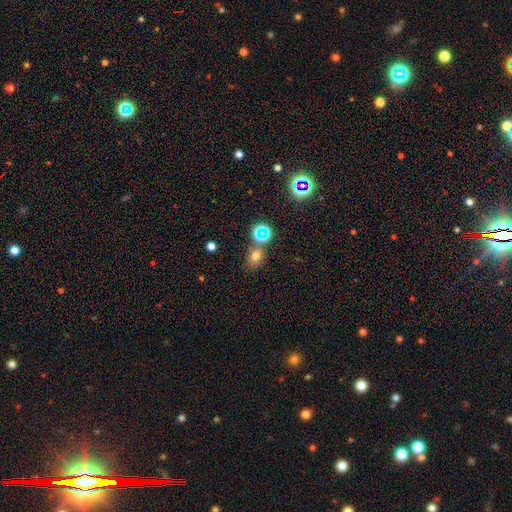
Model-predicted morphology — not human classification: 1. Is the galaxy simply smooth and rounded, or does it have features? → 67% smooth, 22% star or artifact, 11% featured or disk.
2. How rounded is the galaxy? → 59% in between, 39% round, 1% cigar-shaped.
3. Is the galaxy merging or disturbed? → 64% none, 20% merger, 11% minor disturbance, 4% major disturbance.